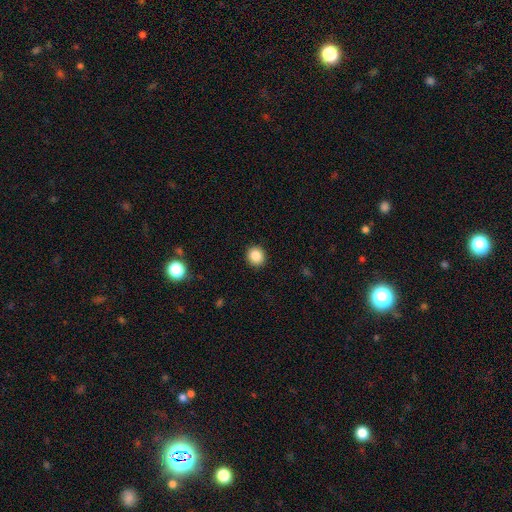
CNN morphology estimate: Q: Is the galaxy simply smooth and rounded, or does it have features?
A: smooth — 86%.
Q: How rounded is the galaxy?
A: round — 88%.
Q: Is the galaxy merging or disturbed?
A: none — 92%.